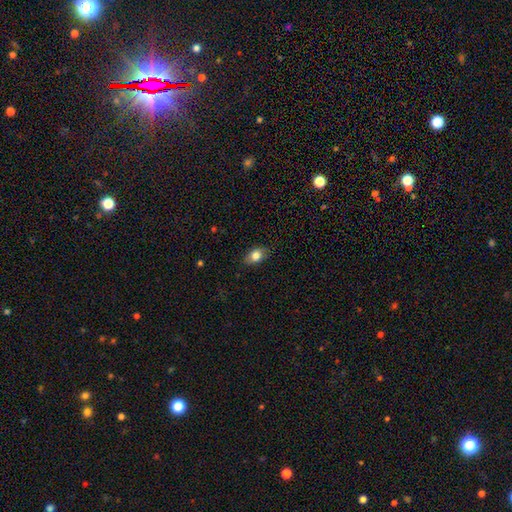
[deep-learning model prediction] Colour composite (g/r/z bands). It shows a smooth galaxy with no disk features (81%) that is in between round and cigar-shaped (81%). Merging: none (83%).